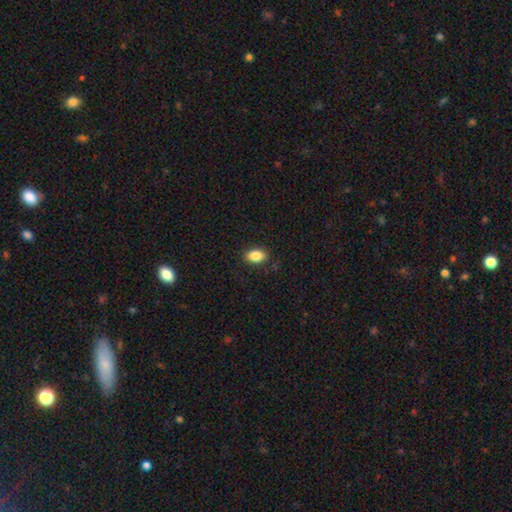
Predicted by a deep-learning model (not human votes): Overall: smooth (86%). How rounded: in between (88%). Merging: none (87%).